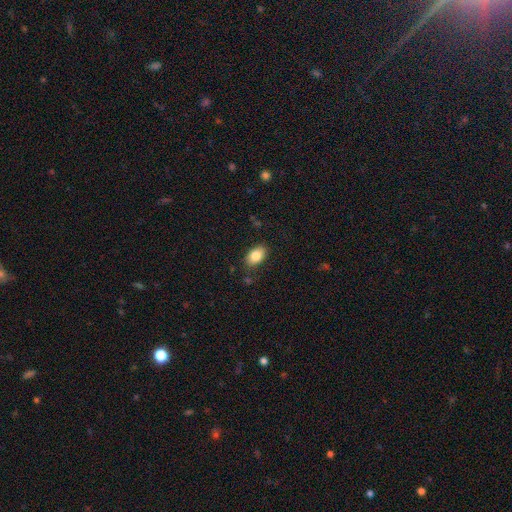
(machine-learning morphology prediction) type=smooth (84%); roundness=in between (90%); merging=none (84%).